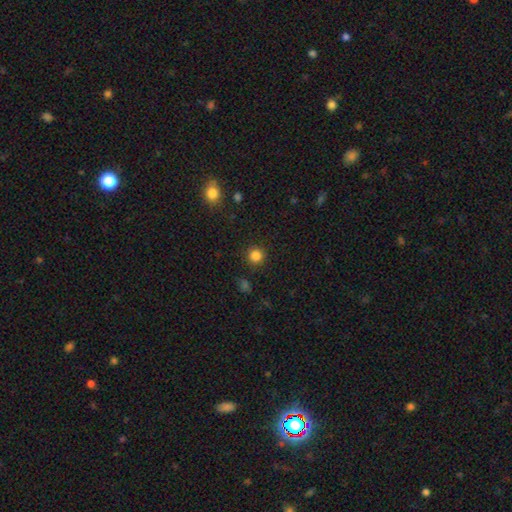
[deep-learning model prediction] Smooth or featured?
  - smooth: 84% *
  - star or artifact: 12%
  - featured or disk: 3%
How rounded?
  - round: 93% *
  - in between: 6%
  - cigar-shaped: 1%
Merging?
  - none: 90% *
  - minor disturbance: 6%
  - major disturbance: 2%
  - merger: 2%